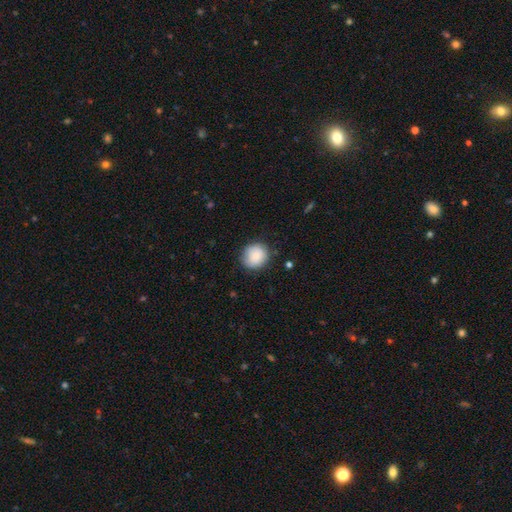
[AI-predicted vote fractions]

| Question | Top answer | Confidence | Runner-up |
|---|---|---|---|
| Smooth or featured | smooth | 88% | star or artifact (7%) |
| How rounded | round | 86% | in between (13%) |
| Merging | none | 81% | minor disturbance (14%) |